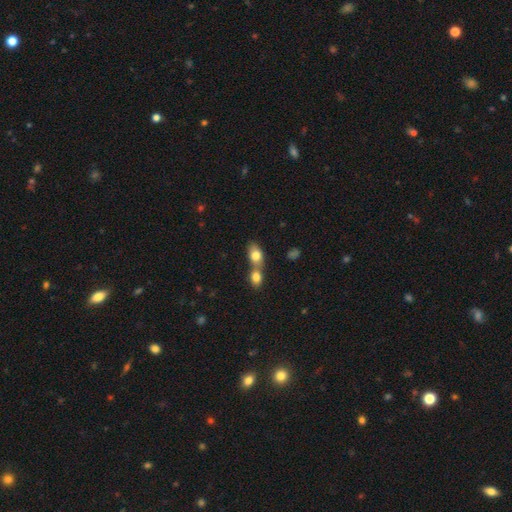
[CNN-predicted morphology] Q: Smooth or featured?
A: smooth (80%); runner-up: featured or disk (12%)
Q: How rounded?
A: in between (77%); runner-up: round (20%)
Q: Merging?
A: merger (69%); runner-up: none (22%)